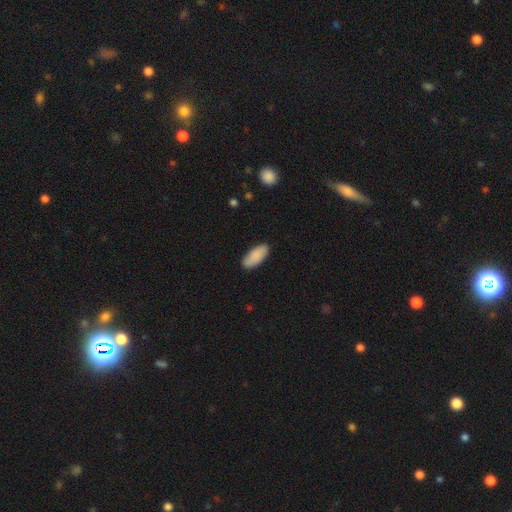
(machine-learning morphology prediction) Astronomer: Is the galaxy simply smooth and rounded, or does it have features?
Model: smooth — 88%.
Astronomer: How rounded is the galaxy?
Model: in between — 88%.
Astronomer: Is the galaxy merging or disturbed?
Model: none — 85%.